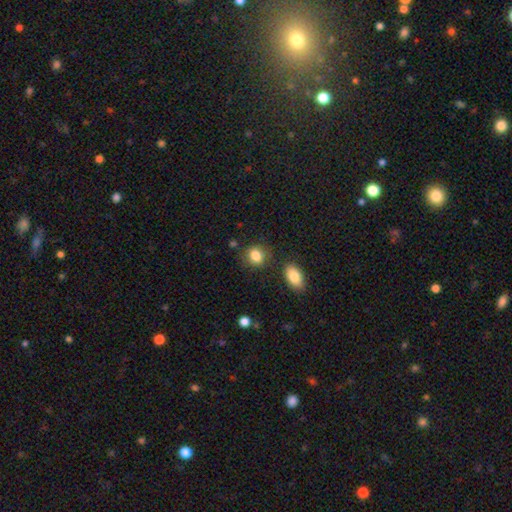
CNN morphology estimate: A smooth galaxy with no disk features (86%) that is round (56%). Merging: none (75%).